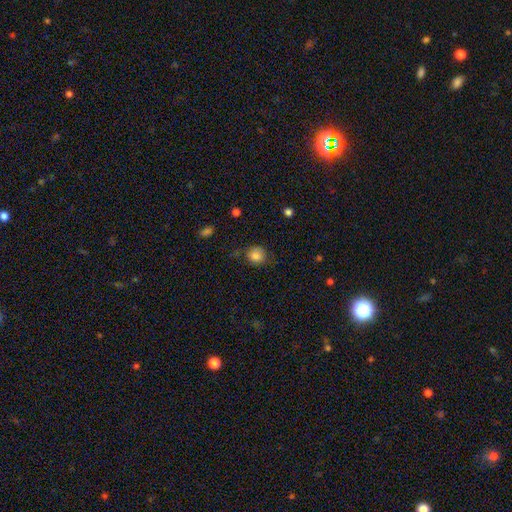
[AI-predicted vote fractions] This appears to be a smooth galaxy with no disk features (83%) that is round (81%). Merging: none (68%).